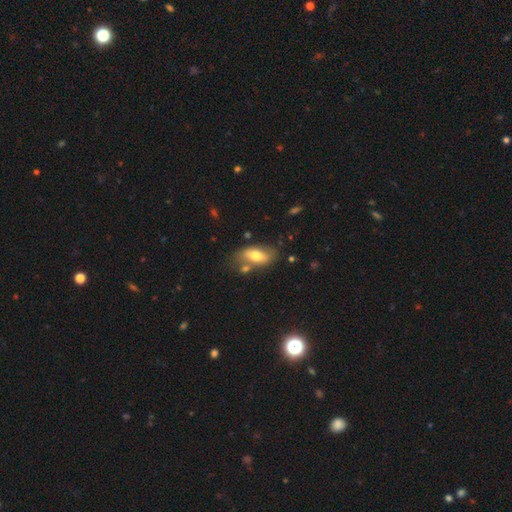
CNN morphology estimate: A smooth galaxy with no disk features (65%) that is in between round and cigar-shaped (87%). Merging: none (65%).